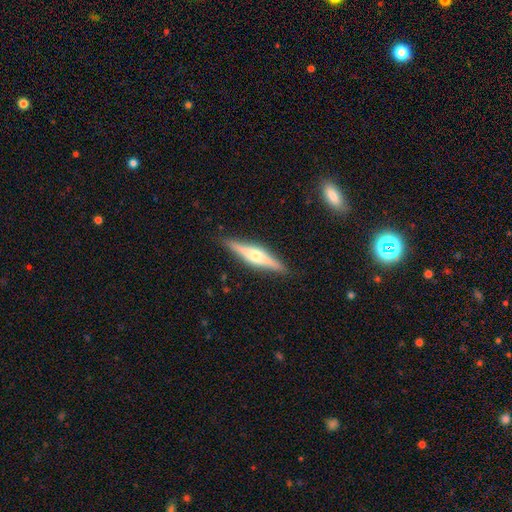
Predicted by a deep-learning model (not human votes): Overall: featured or disk (71%). Edge-on disk: yes (97%). Edge-on bulge: rounded (90%). Merging: none (90%).